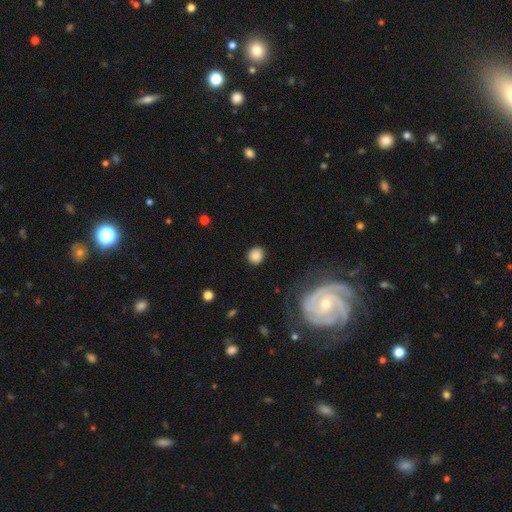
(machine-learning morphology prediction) smooth 84%, star or artifact 10%, featured or disk 7%. Down the decision tree: how rounded — round (87%); merging — none (87%).